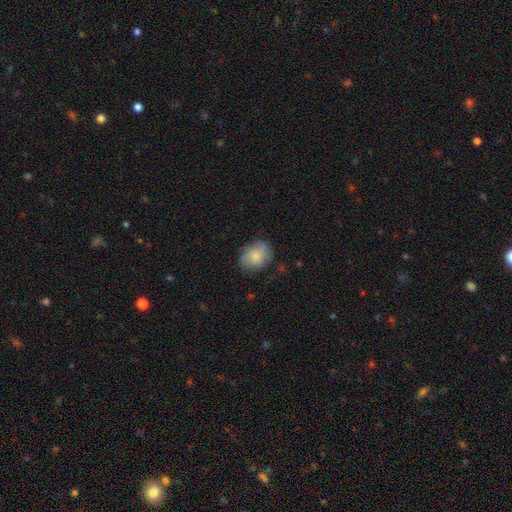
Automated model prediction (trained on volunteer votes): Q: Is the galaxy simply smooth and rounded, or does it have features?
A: smooth — 64%.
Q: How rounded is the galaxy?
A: in between — 54%.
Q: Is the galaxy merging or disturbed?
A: none — 68%.